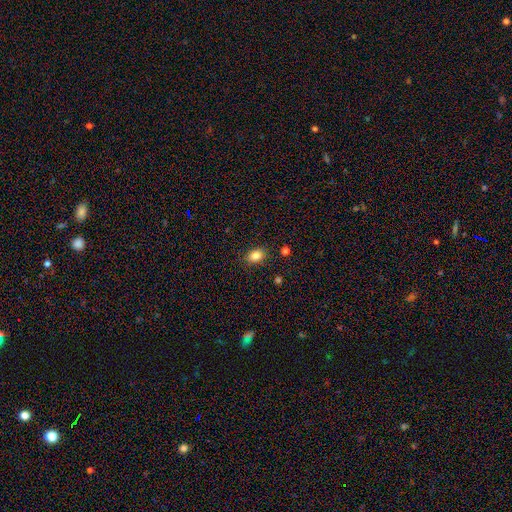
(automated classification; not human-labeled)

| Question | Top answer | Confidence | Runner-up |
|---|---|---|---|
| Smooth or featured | smooth | 85% | star or artifact (10%) |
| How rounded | in between | 74% | round (24%) |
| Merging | none | 85% | minor disturbance (10%) |